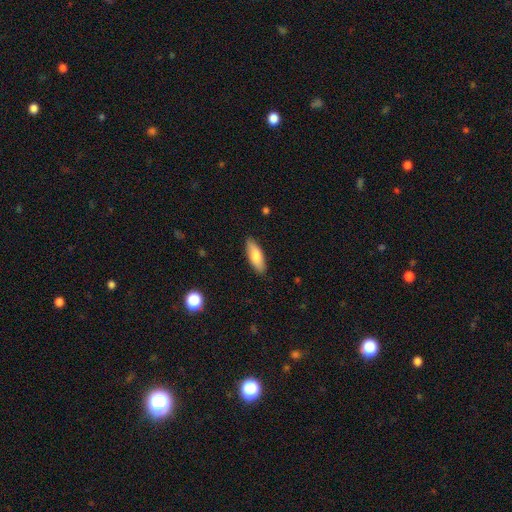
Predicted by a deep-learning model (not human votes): smooth-or-featured: smooth: 79% | featured or disk: 15% | star or artifact: 6%
  how-rounded: in between: 65% | cigar-shaped: 33% | round: 2%
  merging: none: 88% | minor disturbance: 9% | major disturbance: 2% | merger: 1%